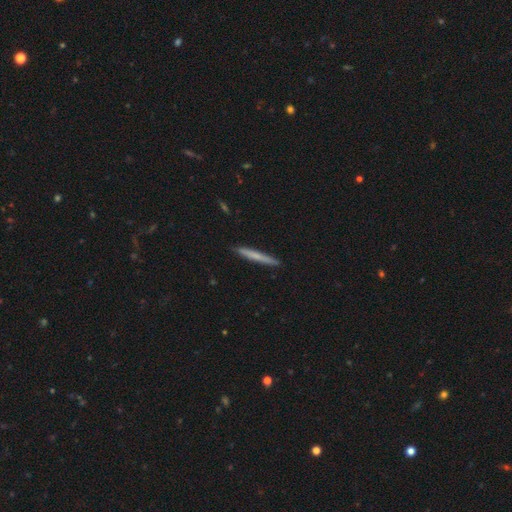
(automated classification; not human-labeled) Smooth or featured?
  - smooth: 62% *
  - featured or disk: 32%
  - star or artifact: 6%
How rounded?
  - cigar-shaped: 97% *
  - in between: 2%
  - round: 1%
Merging?
  - none: 91% *
  - minor disturbance: 7%
  - major disturbance: 1%
  - merger: 1%